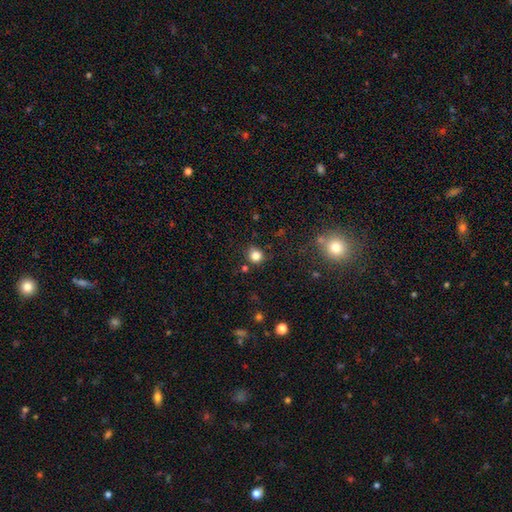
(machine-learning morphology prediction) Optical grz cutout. It shows a smooth galaxy with no disk features (81%) that is round (86%). Merging: none (81%).